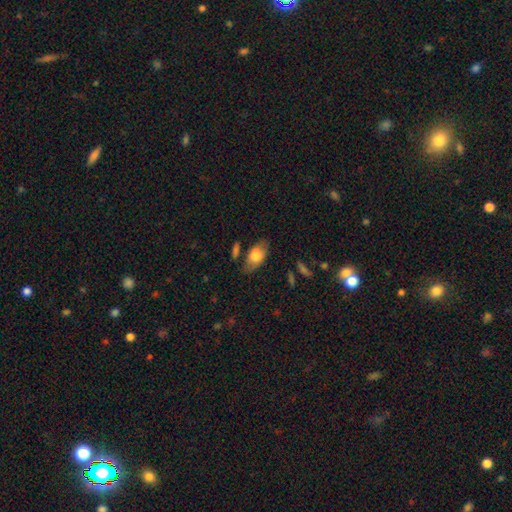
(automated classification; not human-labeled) This appears to be a smooth galaxy with no disk features (70%) that is in between round and cigar-shaped (91%). Merging: none (67%).